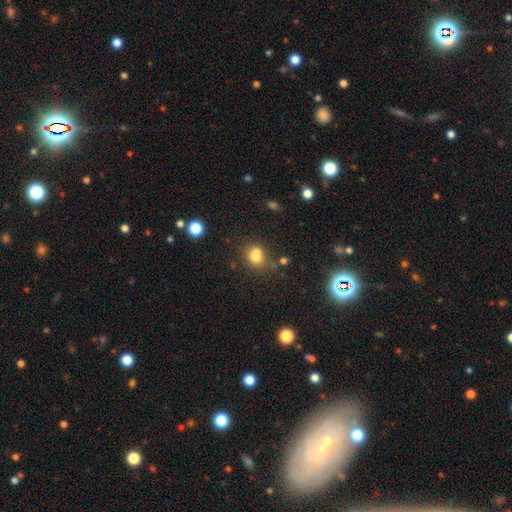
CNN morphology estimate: Smooth or featured? Predicted: smooth (p=0.74). How rounded? Predicted: round (p=0.62). Merging? Predicted: none (p=0.44).